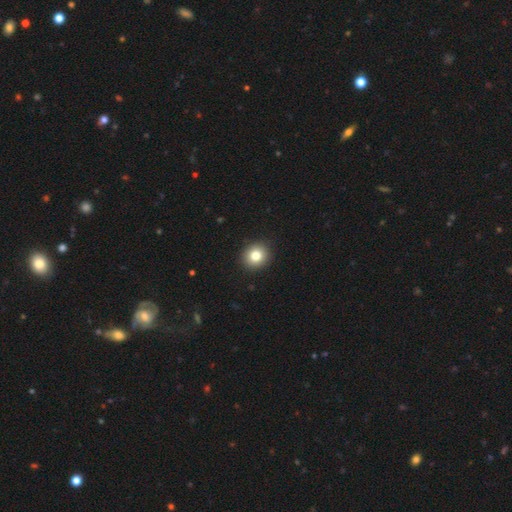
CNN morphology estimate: Smooth or featured? smooth (81%)
How rounded? round (85%)
Merging? none (92%)